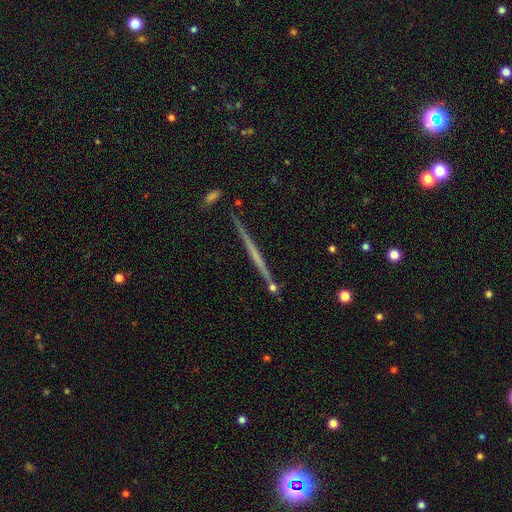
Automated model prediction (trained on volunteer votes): This is likely a featured or disk galaxy (67%). It is clearly viewed edge-on (98%). Edge-on bulge: likely none (79%). Merging: clearly none (88%).